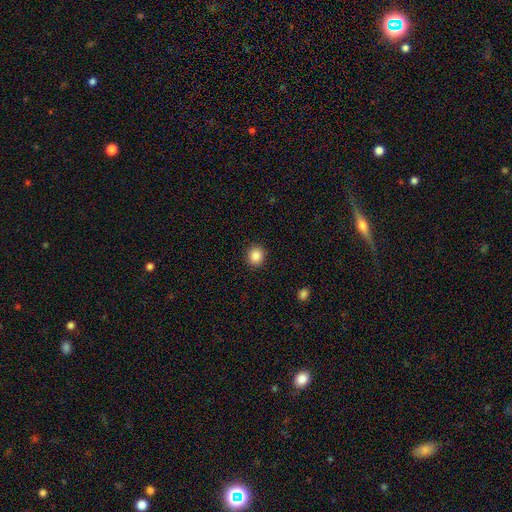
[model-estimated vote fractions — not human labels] This is clearly a smooth galaxy (87%). How rounded: clearly round (87%). Merging: clearly none (91%).